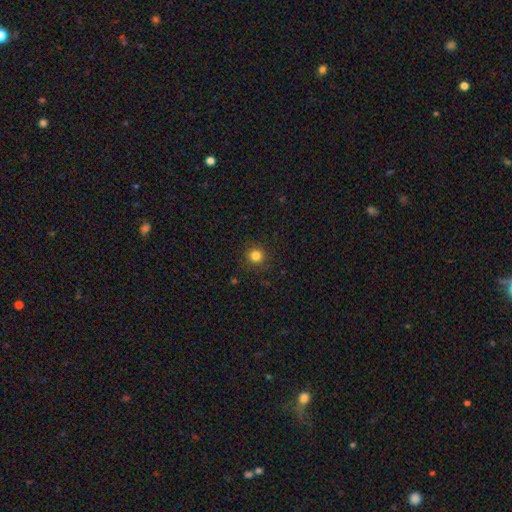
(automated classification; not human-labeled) smooth-or-featured: smooth: 82% | star or artifact: 13% | featured or disk: 5%
  how-rounded: round: 94% | in between: 5% | cigar-shaped: 1%
  merging: none: 90% | minor disturbance: 7% | major disturbance: 2% | merger: 1%